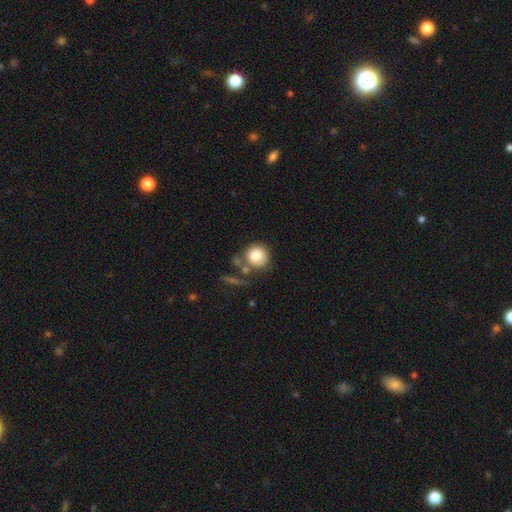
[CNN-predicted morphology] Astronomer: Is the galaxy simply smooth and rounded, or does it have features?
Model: smooth — 83%.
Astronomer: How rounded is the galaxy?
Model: round — 88%.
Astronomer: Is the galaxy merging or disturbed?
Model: none — 60%.